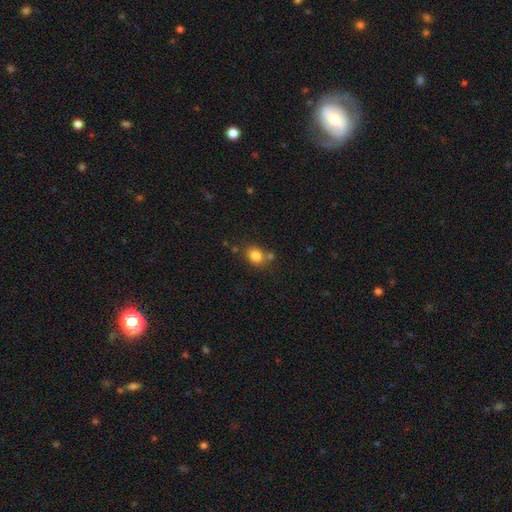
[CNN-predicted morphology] The model was most divided on "how rounded": round: 61%, in between: 38%, cigar-shaped: 1%. More confident: smooth or featured — smooth (82%); merging — none (68%).